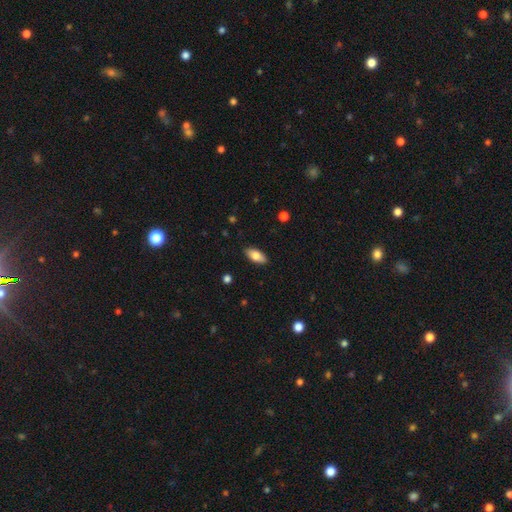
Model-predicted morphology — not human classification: smooth 79%, featured or disk 15%, star or artifact 6%. Down the decision tree: how rounded — in between (88%); merging — none (89%).